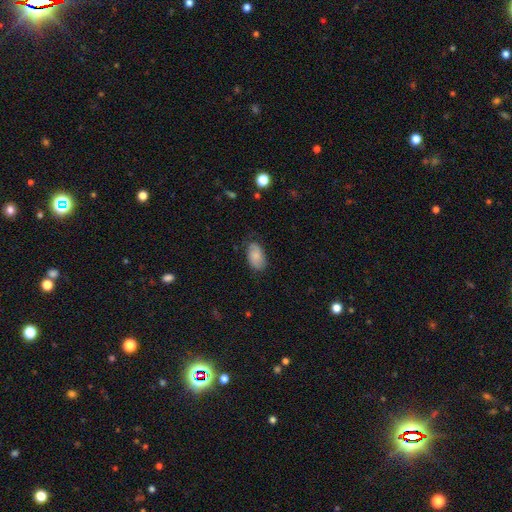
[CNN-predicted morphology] Overall: smooth (70%). How rounded: in between (93%). Merging: none (67%).